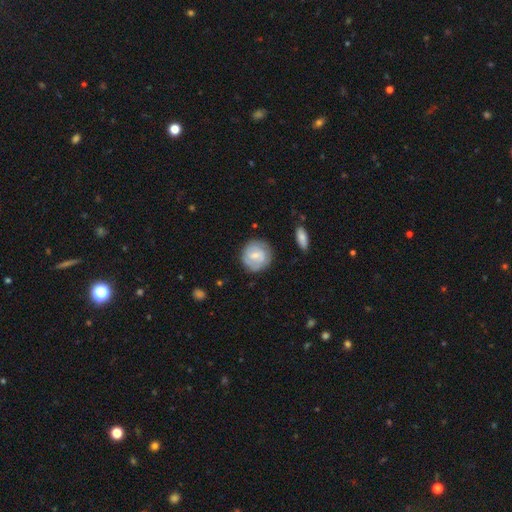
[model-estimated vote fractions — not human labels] featured or disk 51%, smooth 43%, star or artifact 6%. Down the decision tree: edge-on disk — no (97%); merging — none (77%).